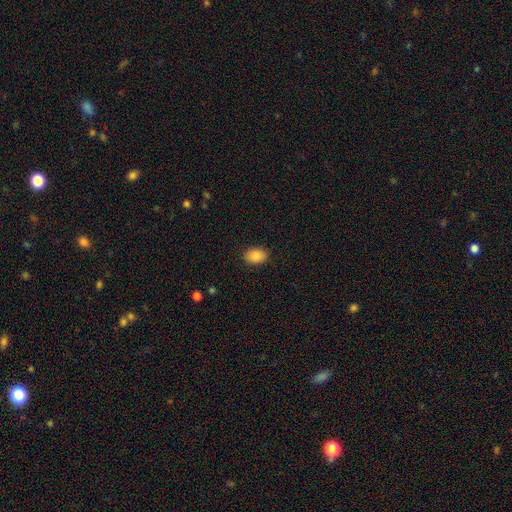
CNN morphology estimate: A smooth galaxy with no disk features (86%) that is in between round and cigar-shaped (78%). Merging: none (89%).